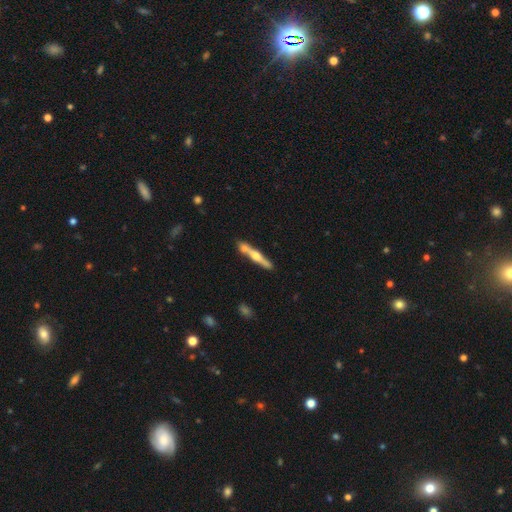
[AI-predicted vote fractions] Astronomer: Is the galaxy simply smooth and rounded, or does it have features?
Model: featured or disk — 64%.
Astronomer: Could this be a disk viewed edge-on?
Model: yes — 96%.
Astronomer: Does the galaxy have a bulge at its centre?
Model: rounded — 90%.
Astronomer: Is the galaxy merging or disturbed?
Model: none — 69%.